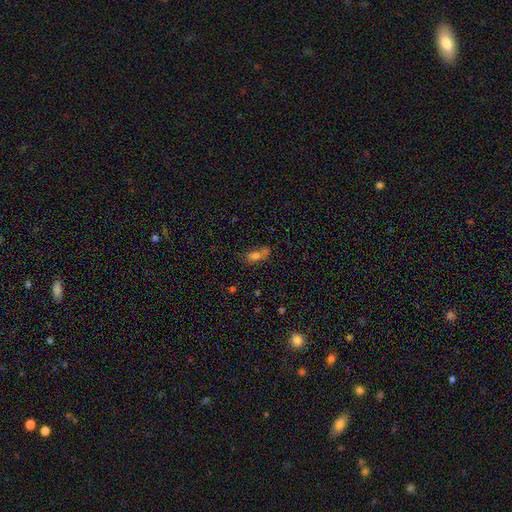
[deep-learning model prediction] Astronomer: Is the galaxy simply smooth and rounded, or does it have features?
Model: smooth — 67%.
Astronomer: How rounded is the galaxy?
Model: in between — 71%.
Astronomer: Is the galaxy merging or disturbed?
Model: none — 40% (runner-up: merger, 39%).